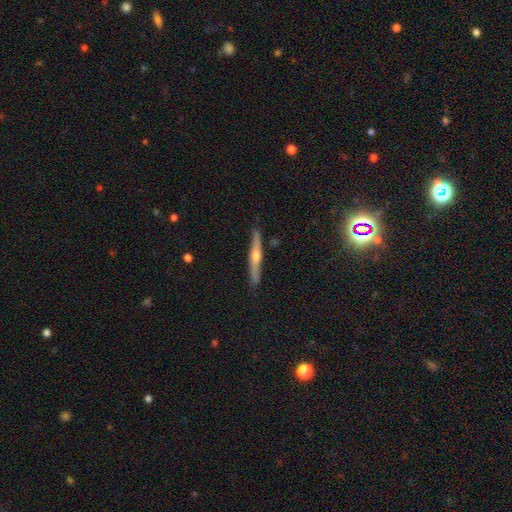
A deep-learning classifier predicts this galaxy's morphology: featured or disk 70%, smooth 21%, star or artifact 9%. Down the decision tree: edge-on disk — yes (97%); edge-on bulge — rounded (86%); merging — none (89%).